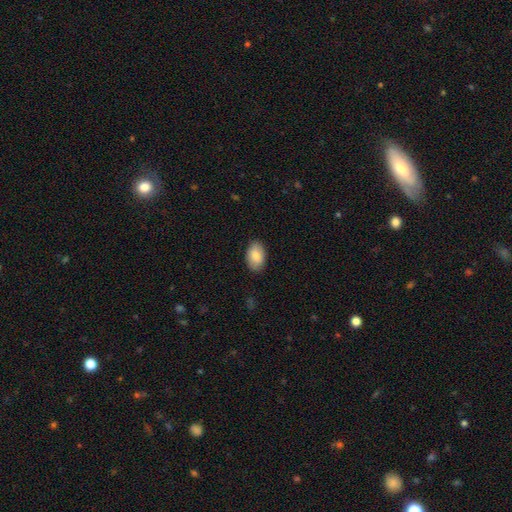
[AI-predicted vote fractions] Morphology: type=smooth (85%); roundness=in between (92%); merging=none (88%).